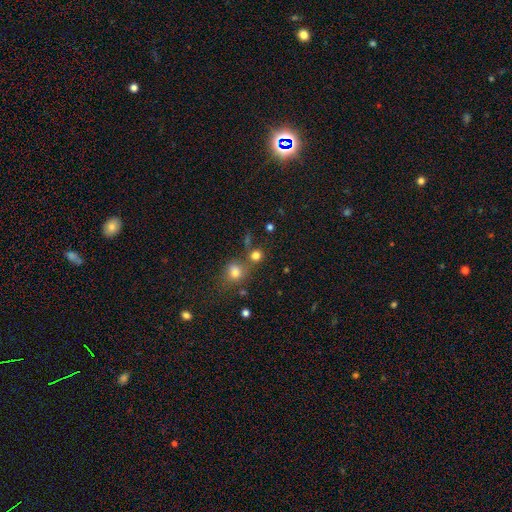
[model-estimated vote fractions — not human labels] Smooth or featured: smooth — 76% (star or artifact — 16%)
How rounded: round — 85% (in between — 14%)
Merging: none — 61% (merger — 25%)